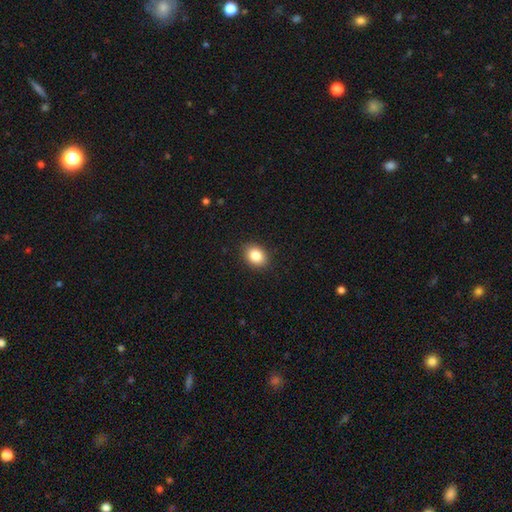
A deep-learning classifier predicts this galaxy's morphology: Smooth or featured? smooth (84%)
How rounded? in between (58%)
Merging? none (90%)